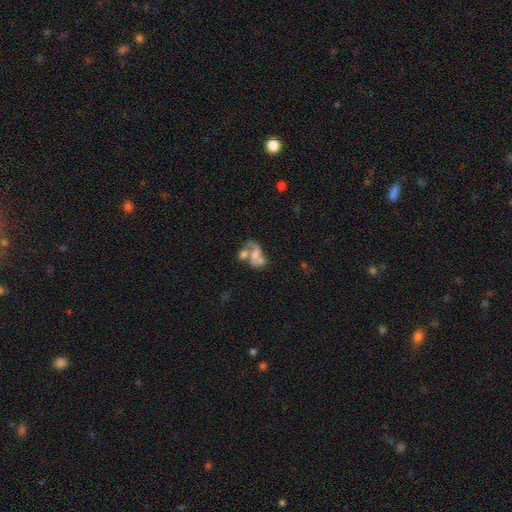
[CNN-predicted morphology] Smooth or featured? featured or disk (54%)
Edge-on disk? no (97%)
Bar? no (72%)
Spiral arms? yes (50%, tied with no)
Bulge size? none (41%)
Merging? merger (53%)